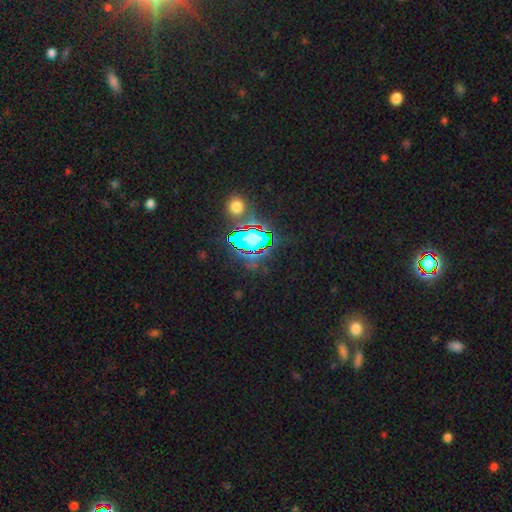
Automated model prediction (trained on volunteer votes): The model was most divided on "smooth or featured": star or artifact: 81%, smooth: 12%, featured or disk: 8%.